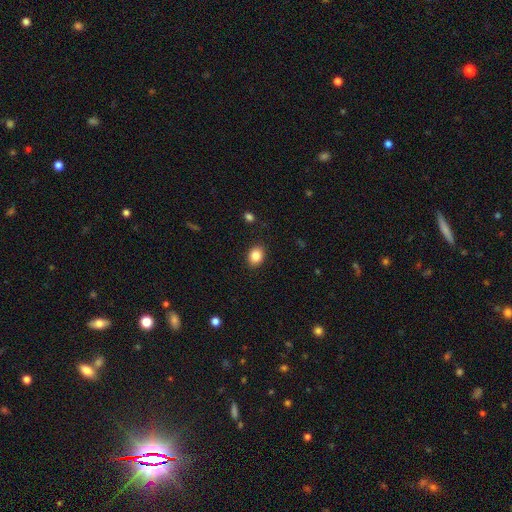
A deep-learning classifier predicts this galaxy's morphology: type=smooth (85%); roundness=in between (57%); merging=none (89%).